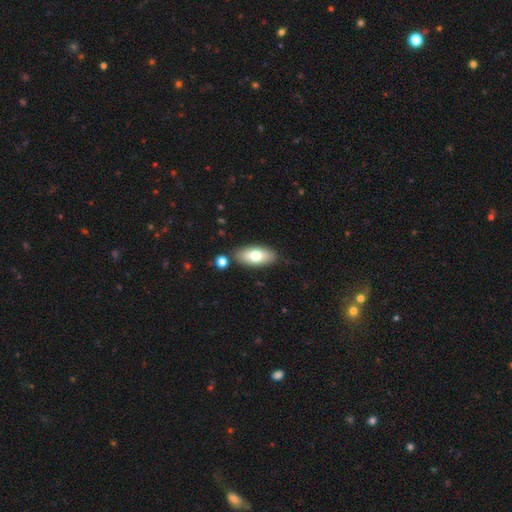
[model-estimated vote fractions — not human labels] The model was most divided on "smooth or featured": smooth: 72%, featured or disk: 22%, star or artifact: 7%. More confident: how rounded — in between (88%); merging — none (82%).